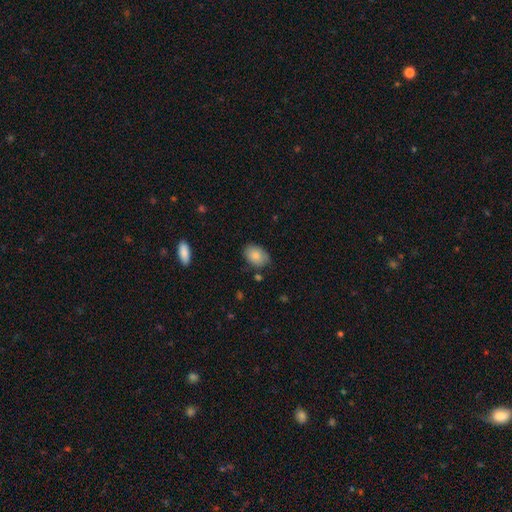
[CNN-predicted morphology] This appears to be a smooth galaxy with no disk features (83%) that is in between round and cigar-shaped (81%). Merging: none (76%).